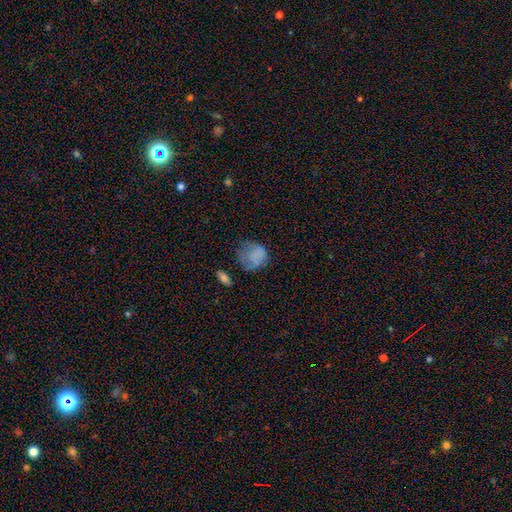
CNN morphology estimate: This is likely a smooth galaxy (72%). How rounded: likely round (72%). Merging: marginally none (43%).